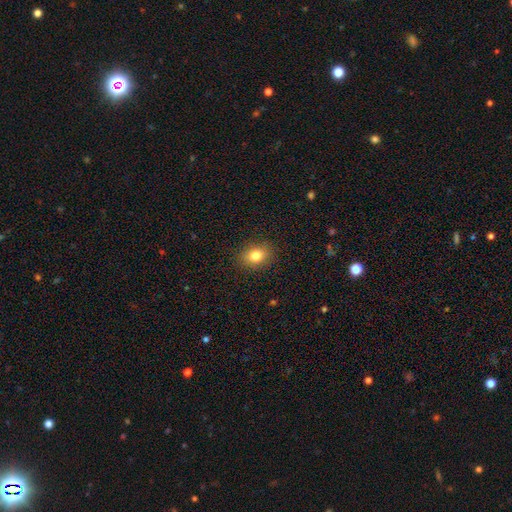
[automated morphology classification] Smooth or featured? smooth (81%)
How rounded? in between (64%)
Merging? none (89%)